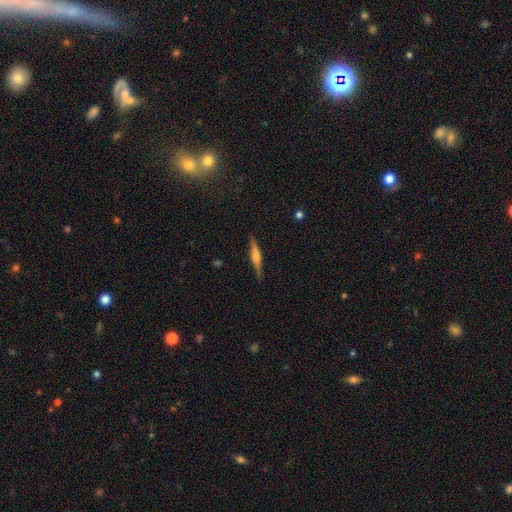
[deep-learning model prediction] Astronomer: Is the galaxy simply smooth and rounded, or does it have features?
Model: featured or disk — 62%.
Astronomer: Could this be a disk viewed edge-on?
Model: yes — 97%.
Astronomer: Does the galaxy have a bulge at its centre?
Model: rounded — 82%.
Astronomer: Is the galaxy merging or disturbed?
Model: none — 88%.